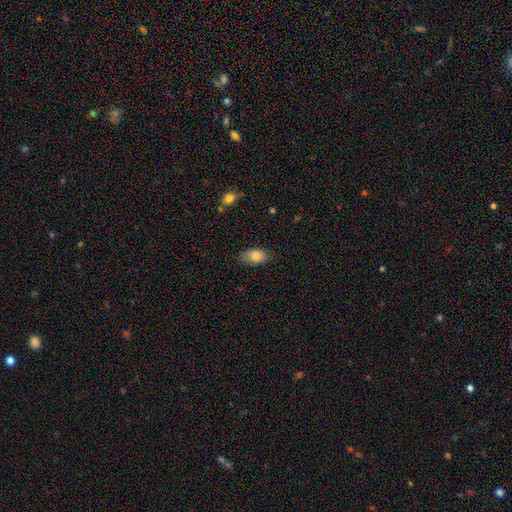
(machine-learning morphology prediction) smooth_or_featured: smooth (p=0.81) [alt: featured or disk p=0.11]
how_rounded: in between (p=0.90) [alt: round p=0.08]
merging: none (p=0.75) [alt: minor disturbance p=0.20]